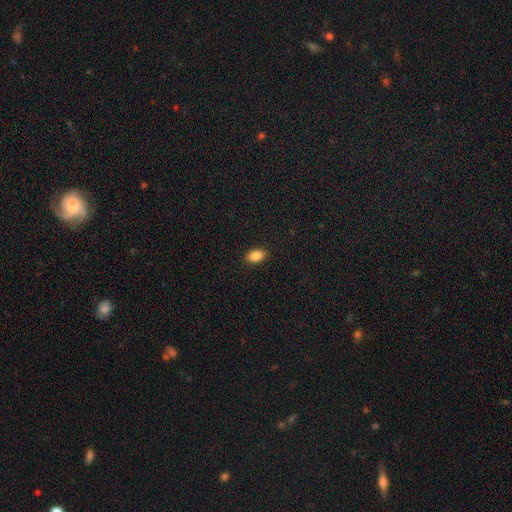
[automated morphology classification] A smooth galaxy with no disk features (87%) that is in between round and cigar-shaped (90%).

Vote fractions:
- Smooth or featured? smooth: 87% / star or artifact: 8% / featured or disk: 5%
- How rounded? in between: 90% / round: 7% / cigar-shaped: 2%
- Merging? none: 90% / minor disturbance: 7% / major disturbance: 2% / merger: 1%